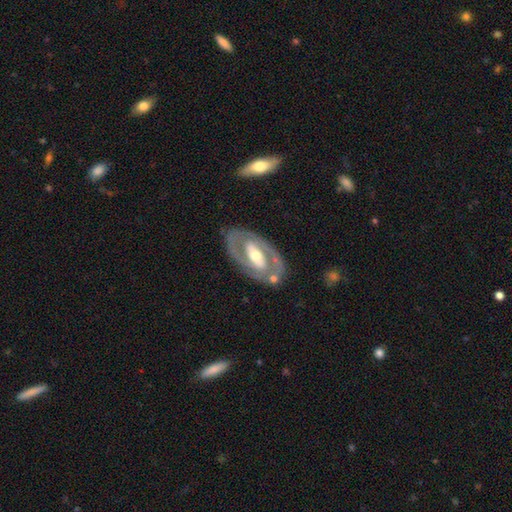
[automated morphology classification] Smooth or featured?
  - featured or disk: 78% *
  - smooth: 18%
  - star or artifact: 4%
Edge-on disk?
  - no: 92% *
  - yes: 8%
Bar?
  - strong: 38% *
  - no: 32%
  - weak: 30%
Spiral arms?
  - yes: 56% *
  - no: 44%
Bulge size?
  - moderate: 66% *
  - small: 20%
  - large: 12%
  - dominant: 1%
  - none: 1%
Merging?
  - none: 78% *
  - minor disturbance: 13%
  - major disturbance: 5%
  - merger: 4%